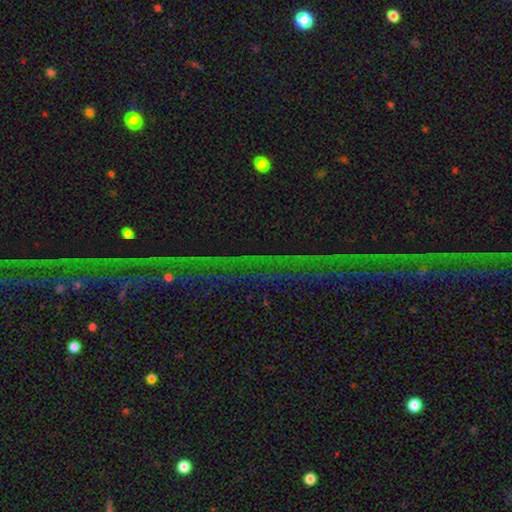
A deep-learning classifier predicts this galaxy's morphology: type=star or artifact (73%).